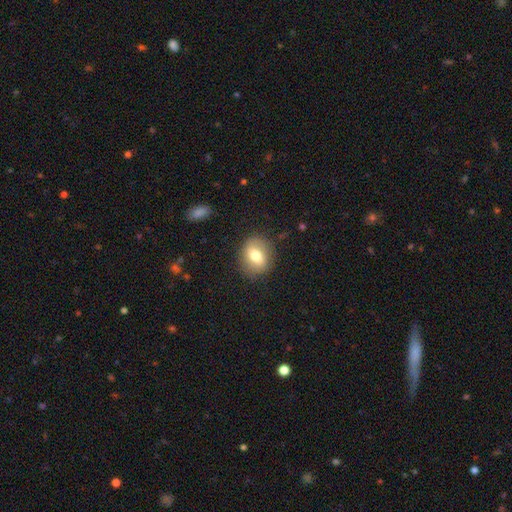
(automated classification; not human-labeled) A smooth galaxy with no disk features (70%) that is round (55%).

Vote fractions:
- Smooth or featured? smooth: 70% / featured or disk: 21% / star or artifact: 8%
- How rounded? round: 55% / in between: 43% / cigar-shaped: 1%
- Merging? none: 84% / minor disturbance: 11% / major disturbance: 4% / merger: 1%